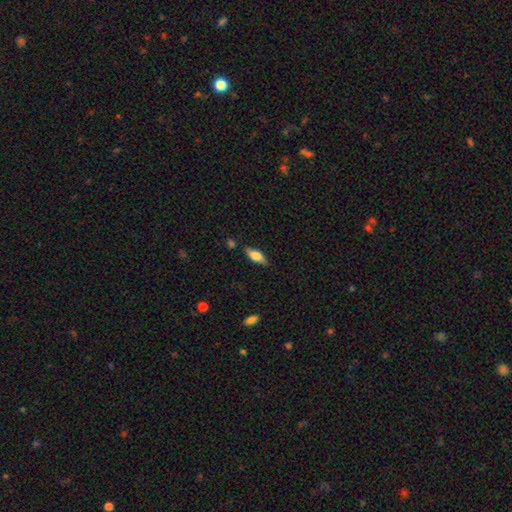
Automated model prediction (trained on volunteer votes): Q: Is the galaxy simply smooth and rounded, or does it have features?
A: smooth — 69%.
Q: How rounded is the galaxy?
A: in between — 76%.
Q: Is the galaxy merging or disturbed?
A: none — 78%.